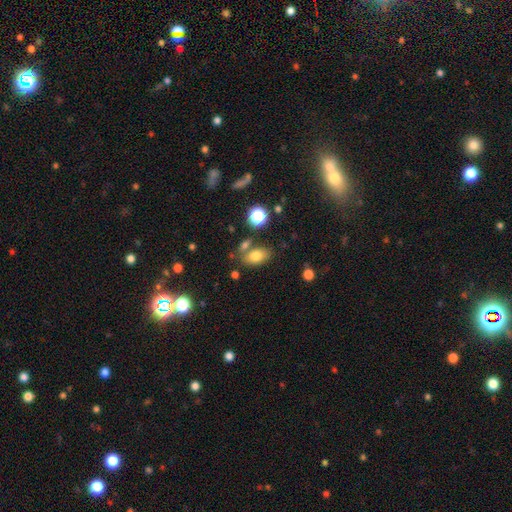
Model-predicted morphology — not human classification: A smooth galaxy with no disk features (78%) that is in between round and cigar-shaped (86%). Merging: none (64%).